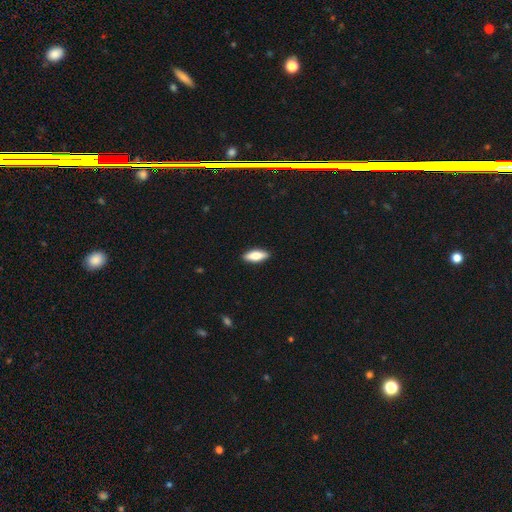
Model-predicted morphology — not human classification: A smooth galaxy with no disk features (76%) that is in between round and cigar-shaped (69%).

Vote fractions:
- Smooth or featured? smooth: 76% / featured or disk: 18% / star or artifact: 6%
- How rounded? in between: 69% / cigar-shaped: 28% / round: 2%
- Merging? none: 90% / minor disturbance: 8% / major disturbance: 2% / merger: 1%